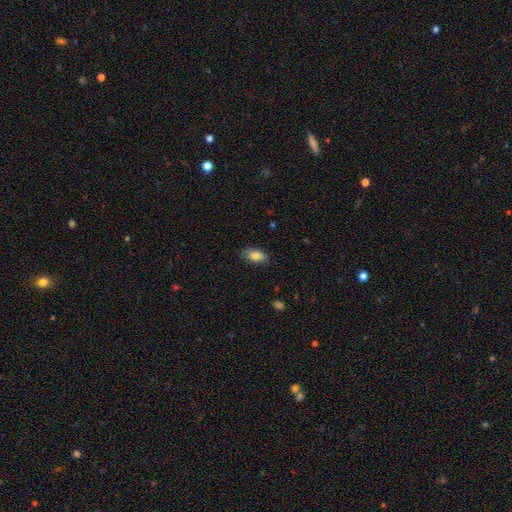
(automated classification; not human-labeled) This is clearly a smooth galaxy (82%). How rounded: clearly in between (90%). Merging: clearly none (81%).